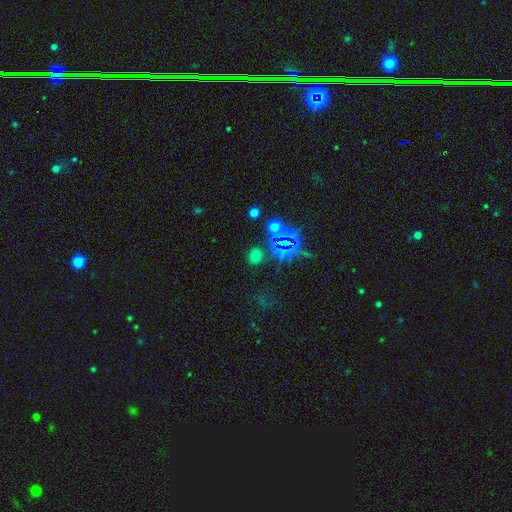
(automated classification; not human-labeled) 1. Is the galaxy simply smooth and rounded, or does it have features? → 58% smooth, 35% star or artifact, 7% featured or disk.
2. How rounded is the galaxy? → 50% in between, 48% round, 2% cigar-shaped.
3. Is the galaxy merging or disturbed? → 81% none, 10% minor disturbance, 5% merger, 4% major disturbance.